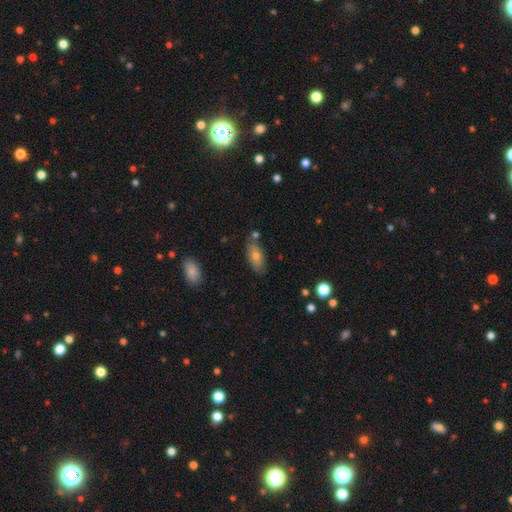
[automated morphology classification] This appears to be a smooth galaxy with no disk features (69%) that is in between round and cigar-shaped (85%). Merging: none (76%).